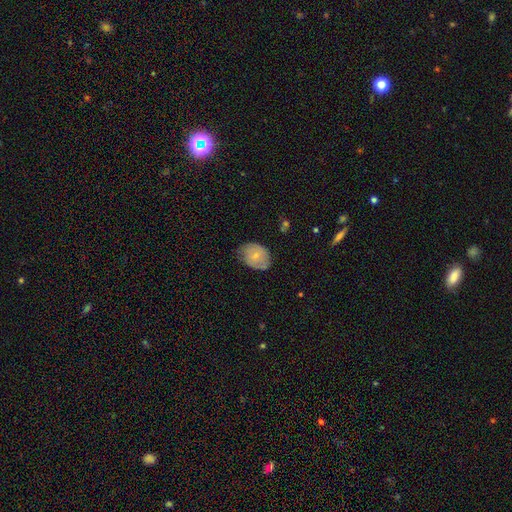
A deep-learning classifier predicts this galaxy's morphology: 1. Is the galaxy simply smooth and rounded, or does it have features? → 62% smooth, 31% featured or disk, 7% star or artifact.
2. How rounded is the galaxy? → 63% in between, 36% round, 1% cigar-shaped.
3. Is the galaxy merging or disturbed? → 58% none, 33% minor disturbance, 8% major disturbance, 2% merger.